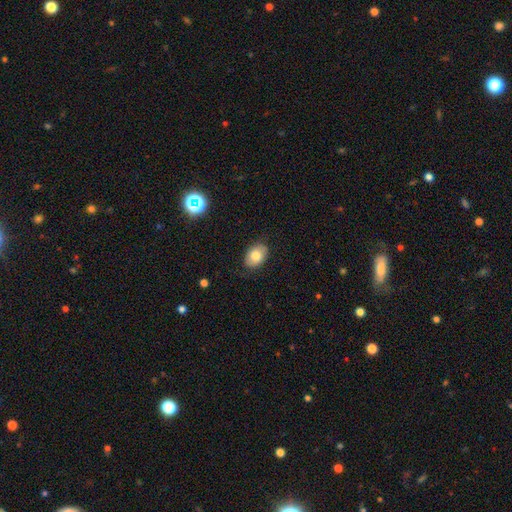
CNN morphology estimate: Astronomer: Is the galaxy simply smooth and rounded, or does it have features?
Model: smooth — 77%.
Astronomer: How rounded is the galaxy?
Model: in between — 84%.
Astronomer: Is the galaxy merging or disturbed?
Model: none — 81%.